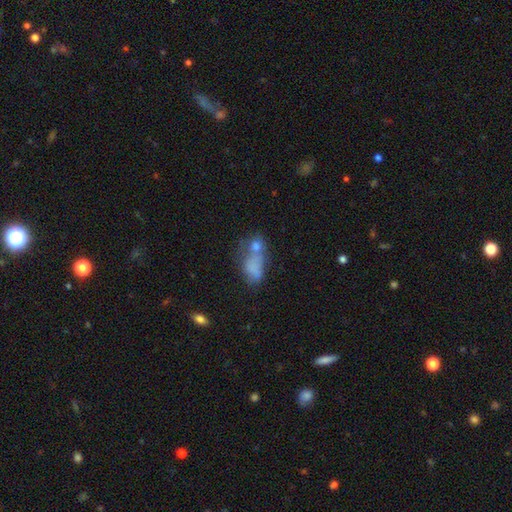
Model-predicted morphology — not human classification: smooth_or_featured: smooth (p=0.62) [alt: featured or disk p=0.20]
how_rounded: in between (p=0.76) [alt: round p=0.17]
merging: merger (p=0.44) [alt: none p=0.29]